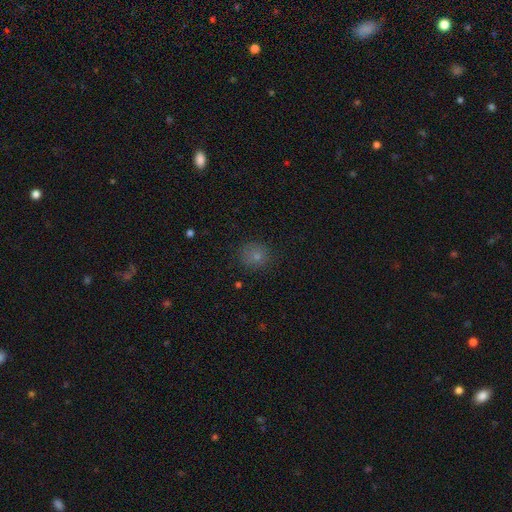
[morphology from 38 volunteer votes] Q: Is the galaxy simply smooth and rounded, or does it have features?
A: smooth — 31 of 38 (82%).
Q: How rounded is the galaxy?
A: round — 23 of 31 (74%).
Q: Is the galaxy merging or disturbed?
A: none — 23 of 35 (66%).